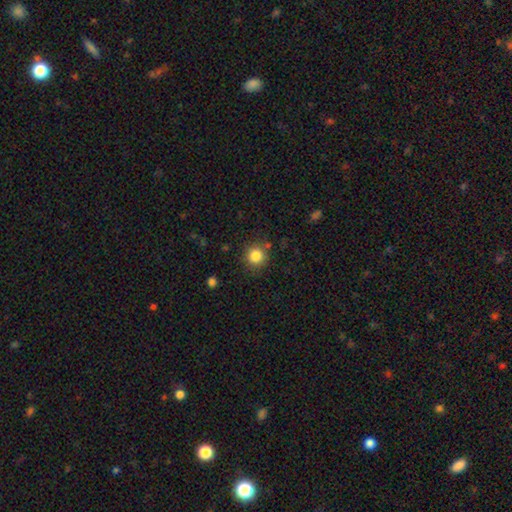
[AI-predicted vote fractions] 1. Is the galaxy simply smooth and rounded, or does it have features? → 84% smooth, 11% star or artifact, 5% featured or disk.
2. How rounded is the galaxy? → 93% round, 6% in between, 1% cigar-shaped.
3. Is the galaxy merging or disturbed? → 84% none, 10% minor disturbance, 3% major disturbance, 3% merger.